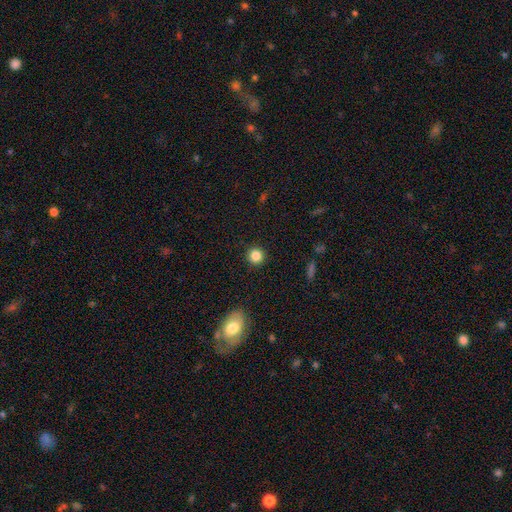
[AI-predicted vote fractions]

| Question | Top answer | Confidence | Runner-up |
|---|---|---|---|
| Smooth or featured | smooth | 85% | star or artifact (11%) |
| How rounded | round | 94% | in between (5%) |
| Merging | none | 92% | minor disturbance (5%) |